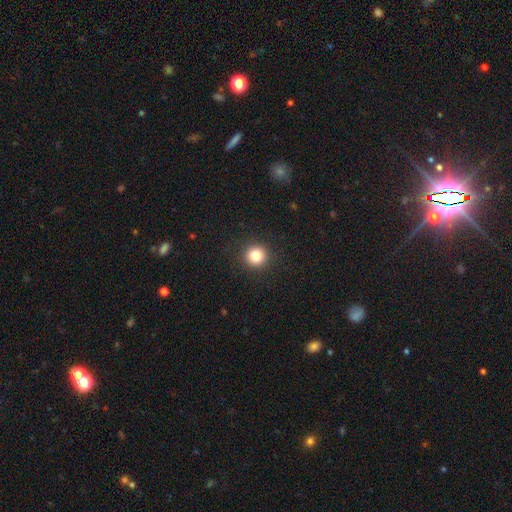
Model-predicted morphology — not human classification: The model was most divided on "smooth or featured": smooth: 83%, star or artifact: 11%, featured or disk: 6%. More confident: how rounded — round (94%); merging — none (92%).